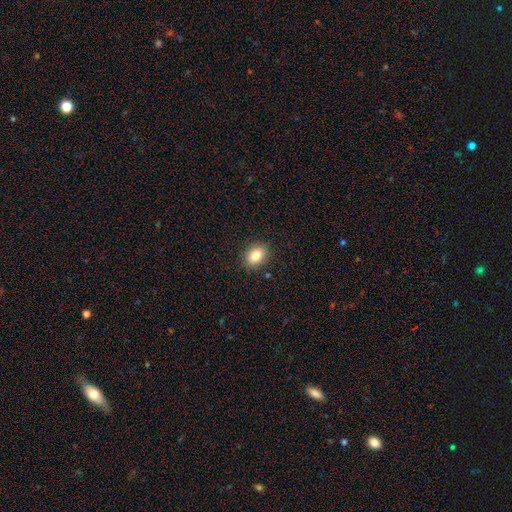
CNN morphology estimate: smooth-or-featured: smooth: 83% | star or artifact: 9% | featured or disk: 8%
  how-rounded: in between: 65% | round: 34% | cigar-shaped: 1%
  merging: none: 88% | minor disturbance: 8% | major disturbance: 2% | merger: 1%